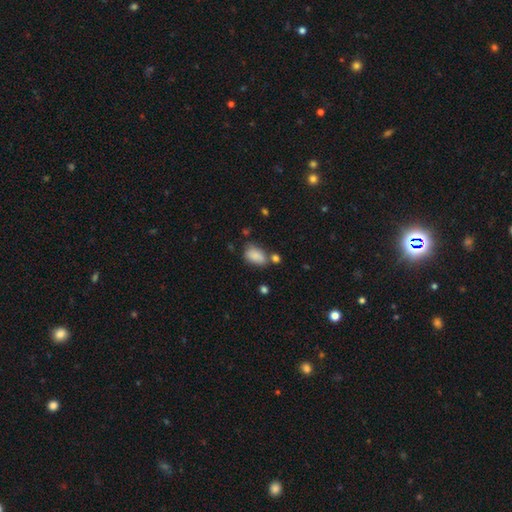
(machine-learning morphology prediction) Smooth or featured? Predicted: smooth (p=0.84). How rounded? Predicted: in between (p=0.89). Merging? Predicted: none (p=0.52).